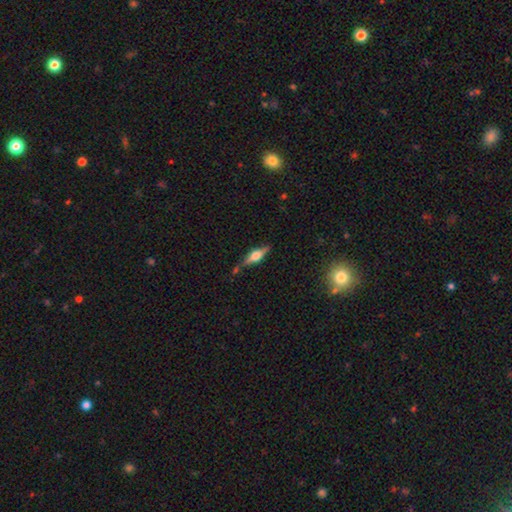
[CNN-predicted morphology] Smooth or featured? featured or disk (63%)
Edge-on disk? yes (95%)
Edge-on bulge? rounded (86%)
Merging? none (73%)